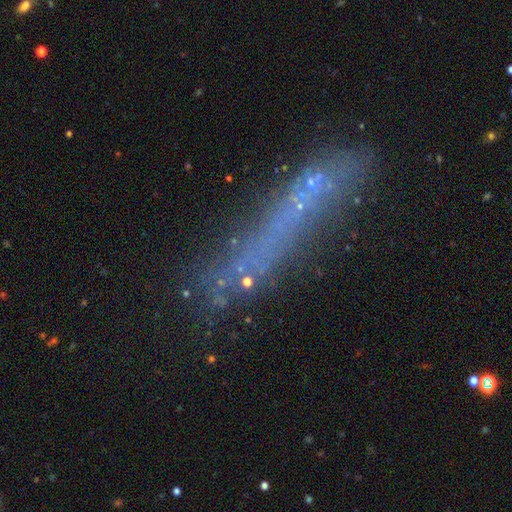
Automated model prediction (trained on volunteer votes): Smooth or featured? featured or disk (36%)
Merging? none (66%)